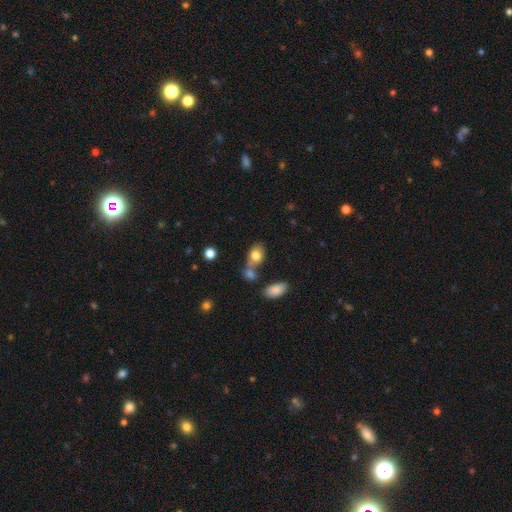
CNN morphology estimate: Smooth or featured? smooth (79%)
How rounded? in between (64%)
Merging? none (44%)